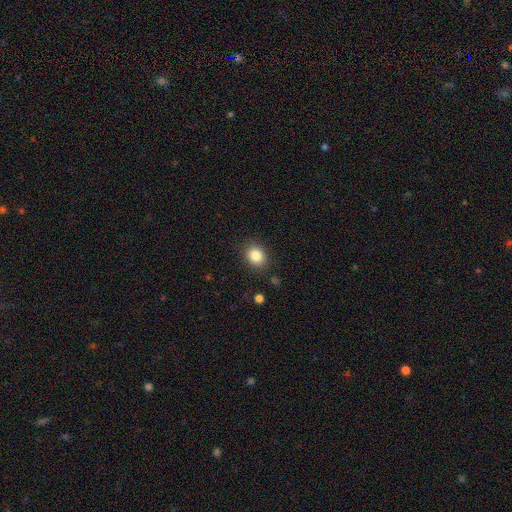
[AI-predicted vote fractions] Smooth or featured? Predicted: smooth (p=0.85). How rounded? Predicted: round (p=0.59). Merging? Predicted: none (p=0.86).